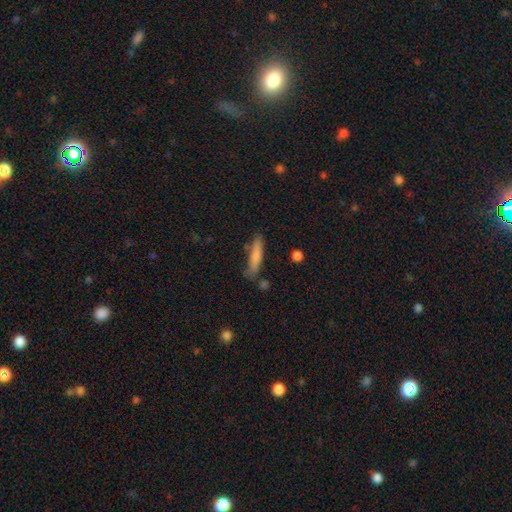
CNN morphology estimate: Q: Smooth or featured?
A: smooth (78%); runner-up: featured or disk (16%)
Q: How rounded?
A: cigar-shaped (84%); runner-up: in between (14%)
Q: Merging?
A: none (73%); runner-up: minor disturbance (18%)